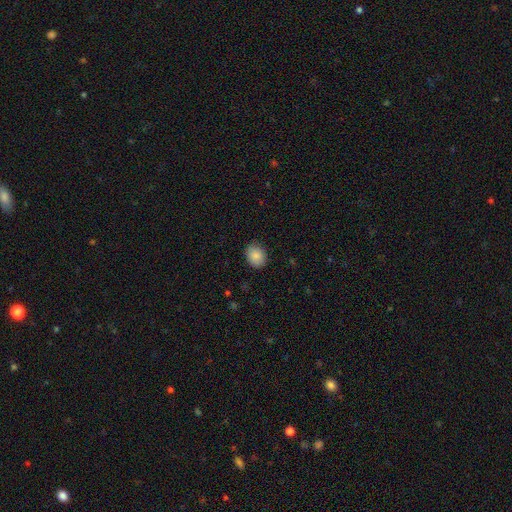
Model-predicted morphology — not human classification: Smooth or featured: smooth — 88% (star or artifact — 8%)
How rounded: in between — 56% (round — 43%)
Merging: none — 87% (minor disturbance — 10%)